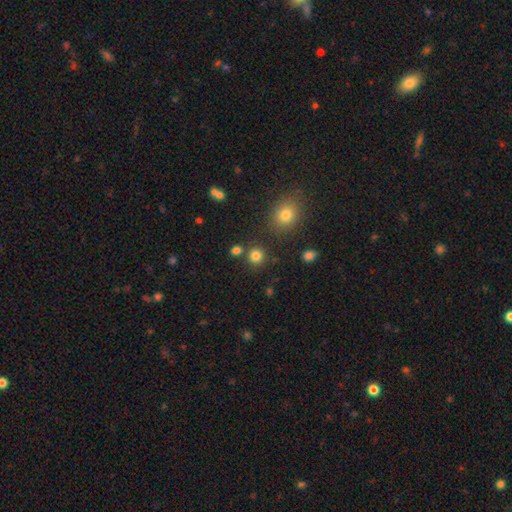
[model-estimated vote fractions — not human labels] Smooth or featured: smooth — 81% (star or artifact — 14%)
How rounded: round — 91% (in between — 8%)
Merging: none — 83% (merger — 8%)